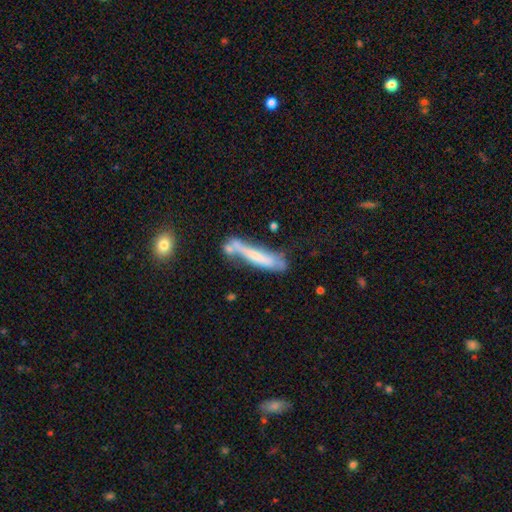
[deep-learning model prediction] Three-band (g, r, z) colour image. It shows a smooth galaxy with no disk features (48%). Merging: none (43%).